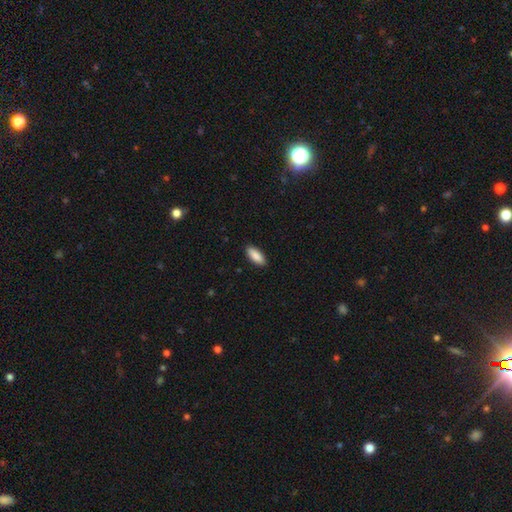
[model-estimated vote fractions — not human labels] This is clearly a smooth galaxy (89%). How rounded: likely in between (77%). Merging: clearly none (89%).